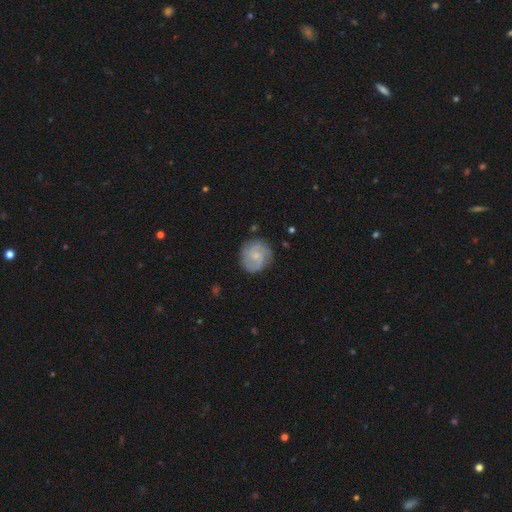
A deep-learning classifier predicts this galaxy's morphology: Smooth or featured? Predicted: featured or disk (p=0.61). Edge-on disk? Predicted: no (p=0.98). Bar? Predicted: no (p=0.65). Spiral arms? Predicted: yes (p=0.89). Spiral winding? Predicted: medium (p=0.43). Spiral arm count? Predicted: 2 (p=0.46). Bulge size? Predicted: small (p=0.64). Merging? Predicted: none (p=0.78).